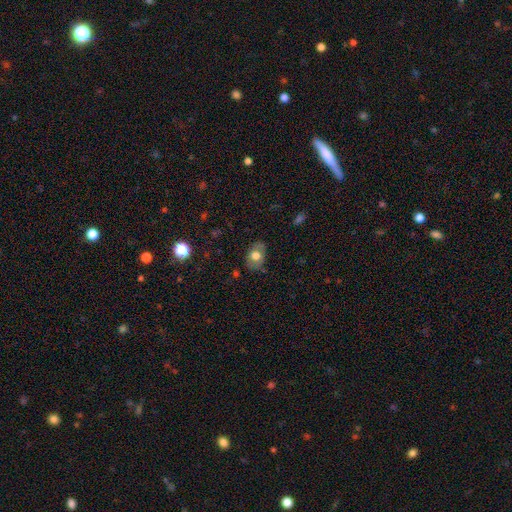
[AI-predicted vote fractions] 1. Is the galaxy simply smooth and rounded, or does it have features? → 66% smooth, 26% featured or disk, 9% star or artifact.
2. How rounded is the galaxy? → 73% in between, 25% round, 1% cigar-shaped.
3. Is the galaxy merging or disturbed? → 76% none, 18% minor disturbance, 5% major disturbance, 1% merger.